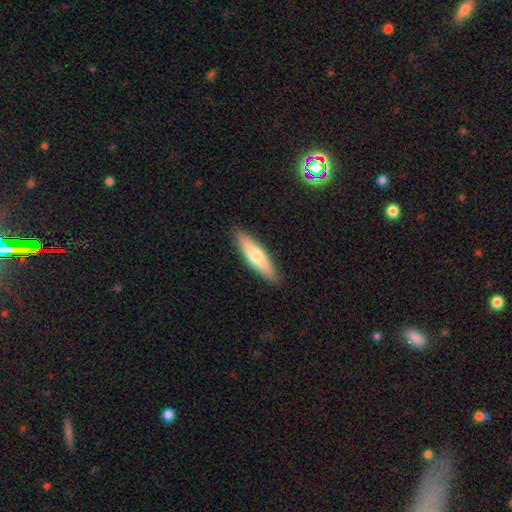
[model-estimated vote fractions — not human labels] Q: Smooth or featured?
A: smooth (67%); runner-up: featured or disk (28%)
Q: How rounded?
A: cigar-shaped (74%); runner-up: in between (24%)
Q: Merging?
A: none (90%); runner-up: minor disturbance (7%)